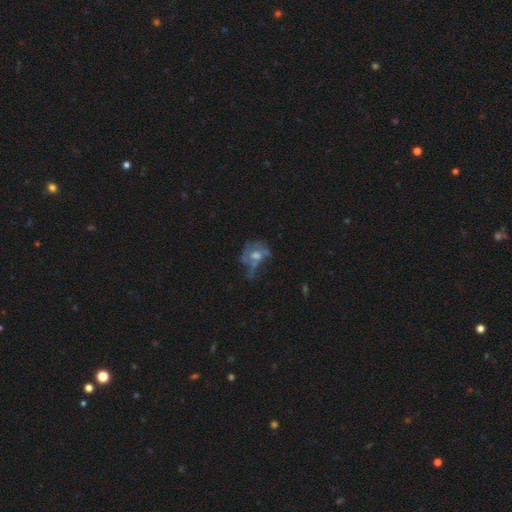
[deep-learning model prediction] featured or disk 56%, smooth 28%, star or artifact 15%. Down the decision tree: edge-on disk — no (96%); bar — no (80%); spiral arms — no (64%); bulge size — moderate (61%); merging — major disturbance (40%).